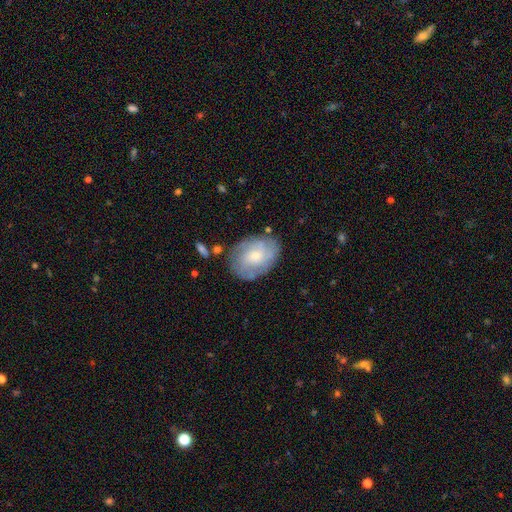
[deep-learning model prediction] This appears to be a featured or disk galaxy (59%) with no bar (70%), spiral arms (81%) and a moderate central bulge (45%, tied with small). Merging: none (74%).